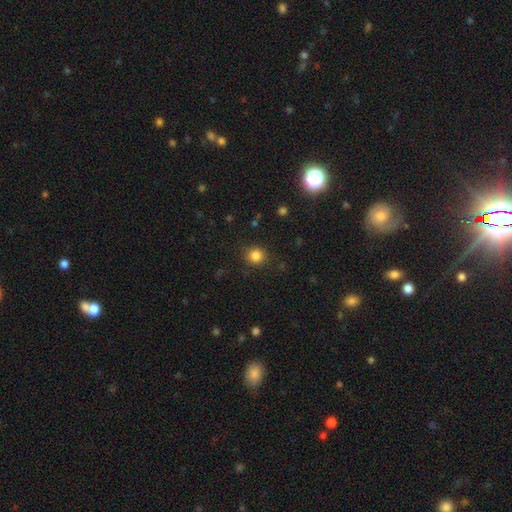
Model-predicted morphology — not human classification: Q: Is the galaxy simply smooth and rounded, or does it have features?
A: smooth — 83%.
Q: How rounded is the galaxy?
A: round — 89%.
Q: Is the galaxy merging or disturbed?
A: none — 88%.